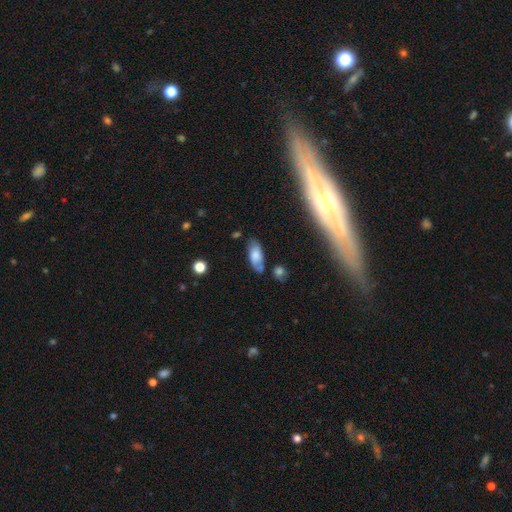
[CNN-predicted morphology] This appears to be a smooth galaxy with no disk features (64%) that is in between round and cigar-shaped (83%). Merging: none (65%).